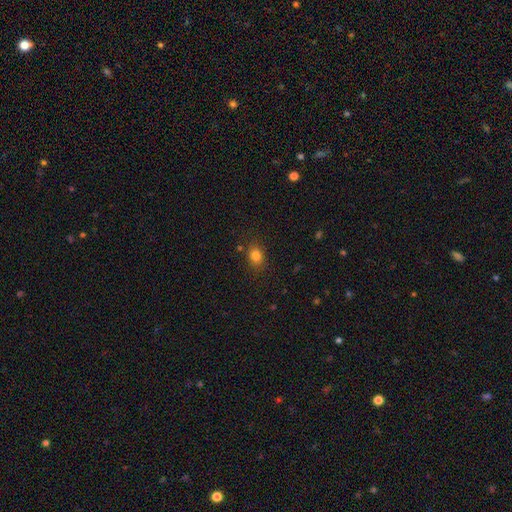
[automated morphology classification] The model was most divided on "how rounded": round: 52%, in between: 47%, cigar-shaped: 1%. More confident: merging — none (84%); smooth or featured — smooth (81%).